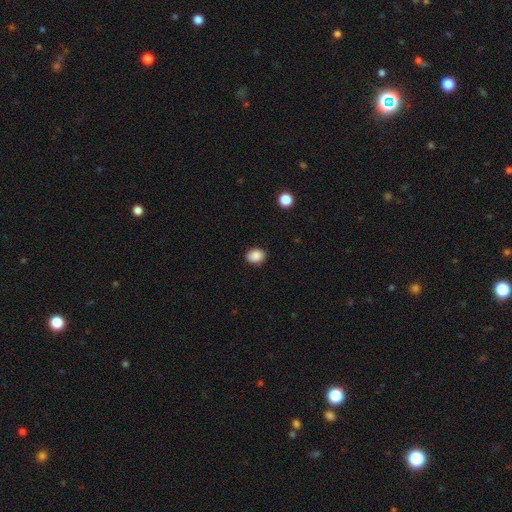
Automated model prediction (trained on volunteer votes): The model was most divided on "how rounded": in between: 54%, round: 45%, cigar-shaped: 1%. More confident: smooth or featured — smooth (87%); merging — none (83%).